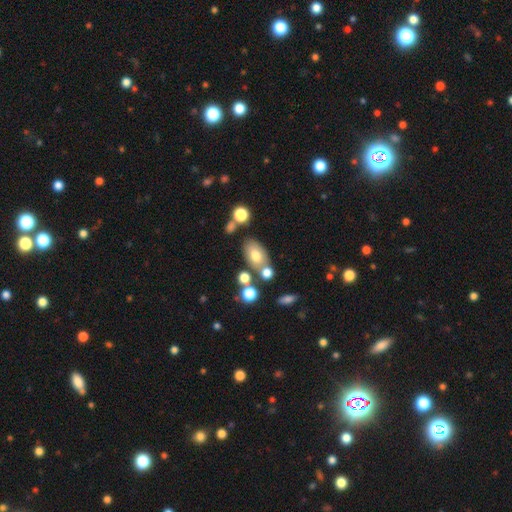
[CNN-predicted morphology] Smooth or featured: smooth — 69% (featured or disk — 20%)
How rounded: in between — 88% (round — 10%)
Merging: none — 61% (merger — 19%)